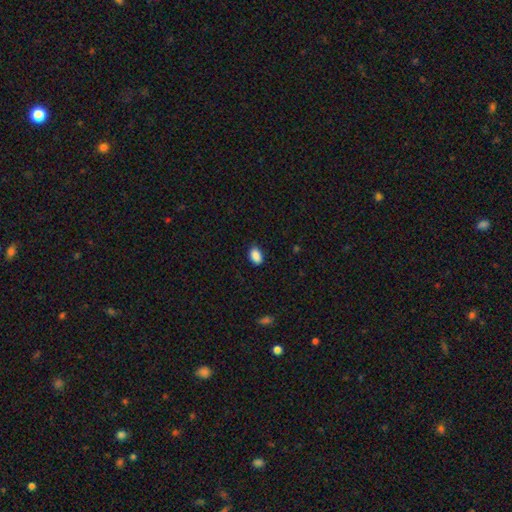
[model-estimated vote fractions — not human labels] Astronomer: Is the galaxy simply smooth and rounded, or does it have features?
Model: smooth — 89%.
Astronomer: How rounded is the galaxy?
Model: in between — 84%.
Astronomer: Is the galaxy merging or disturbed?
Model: none — 82%.